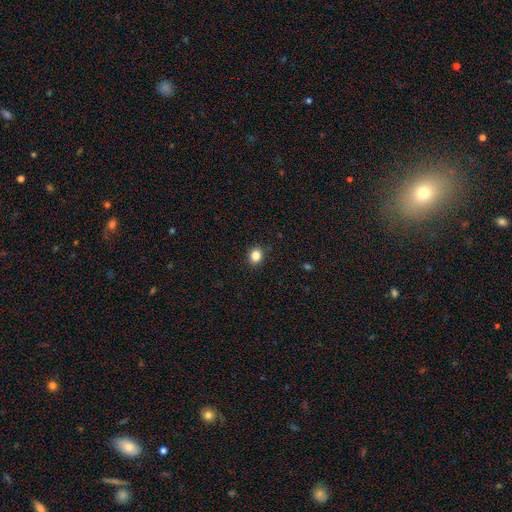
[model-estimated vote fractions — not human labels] smooth-or-featured: smooth: 85% | star or artifact: 11% | featured or disk: 4%
  how-rounded: round: 62% | in between: 37% | cigar-shaped: 1%
  merging: none: 91% | minor disturbance: 6% | major disturbance: 2% | merger: 1%